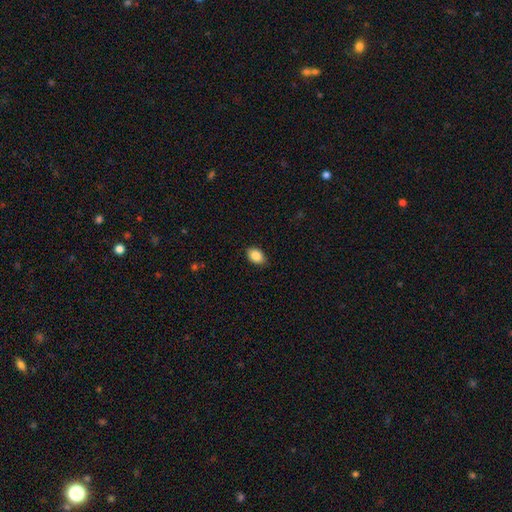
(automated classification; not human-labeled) A smooth galaxy with no disk features (88%) that is in between round and cigar-shaped (84%). Merging: none (87%).